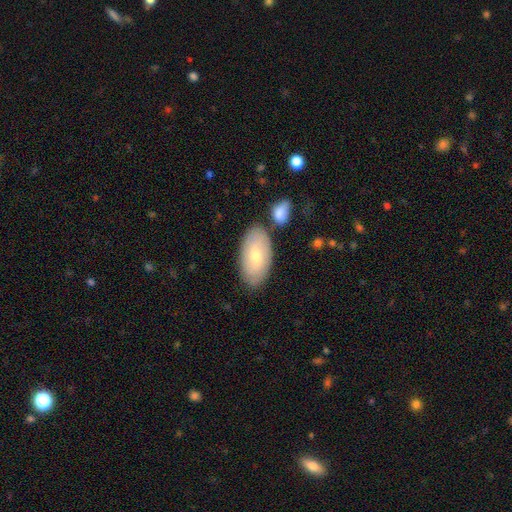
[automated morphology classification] Smooth or featured?
  - smooth: 64% *
  - featured or disk: 30%
  - star or artifact: 6%
How rounded?
  - in between: 94% *
  - cigar-shaped: 3%
  - round: 3%
Merging?
  - none: 78% *
  - minor disturbance: 12%
  - merger: 7%
  - major disturbance: 3%